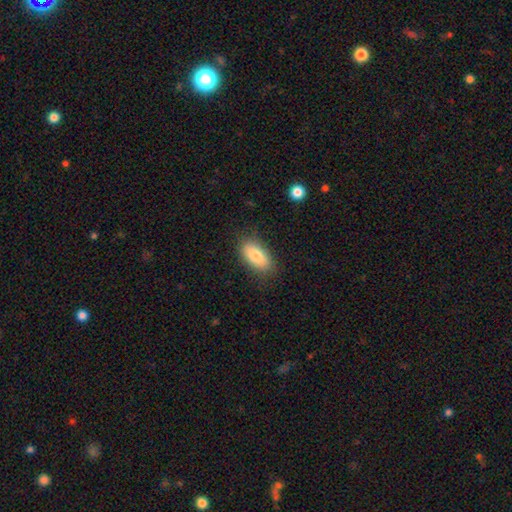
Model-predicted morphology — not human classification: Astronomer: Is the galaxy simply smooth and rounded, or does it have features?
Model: smooth — 81%.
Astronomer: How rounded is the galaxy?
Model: in between — 90%.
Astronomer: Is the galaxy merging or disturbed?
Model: none — 83%.